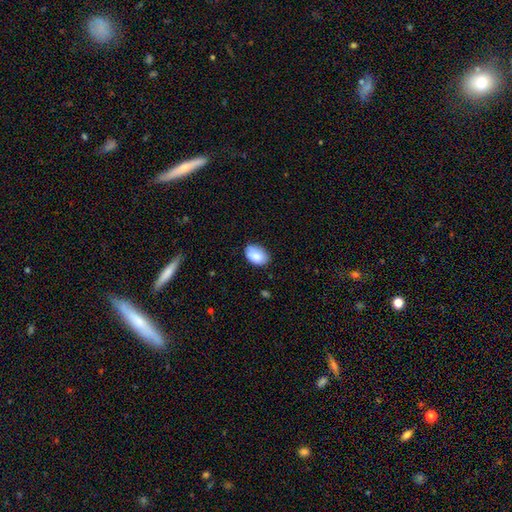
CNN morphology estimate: A smooth galaxy with no disk features (85%) that is in between round and cigar-shaped (86%).

Vote fractions:
- Smooth or featured? smooth: 85% / featured or disk: 8% / star or artifact: 7%
- How rounded? in between: 86% / round: 13% / cigar-shaped: 1%
- Merging? none: 74% / minor disturbance: 22% / major disturbance: 3% / merger: 1%